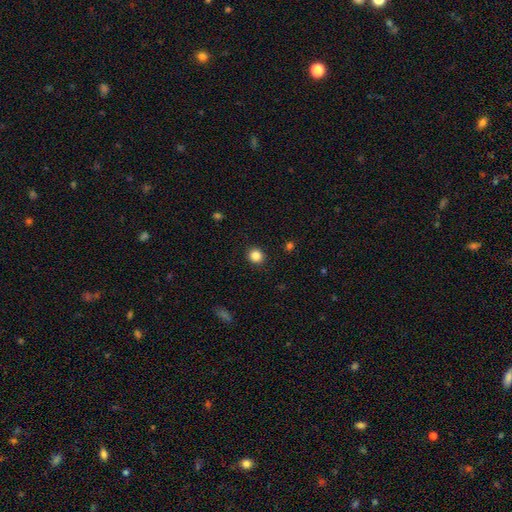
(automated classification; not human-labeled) smooth 85%, star or artifact 11%, featured or disk 4%. Down the decision tree: how rounded — round (88%); merging — none (92%).